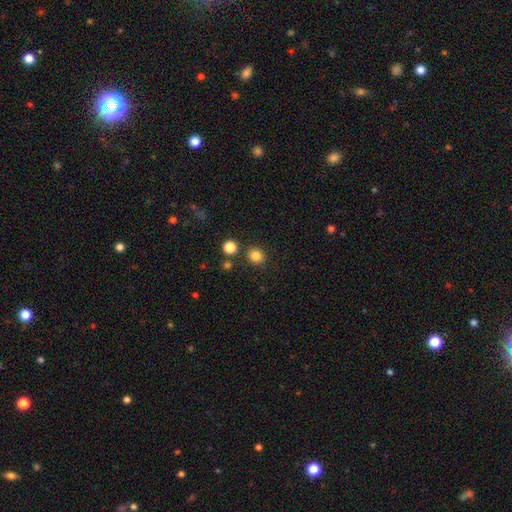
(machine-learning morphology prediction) smooth 83%, star or artifact 12%, featured or disk 4%. Down the decision tree: how rounded — round (82%); merging — none (85%).